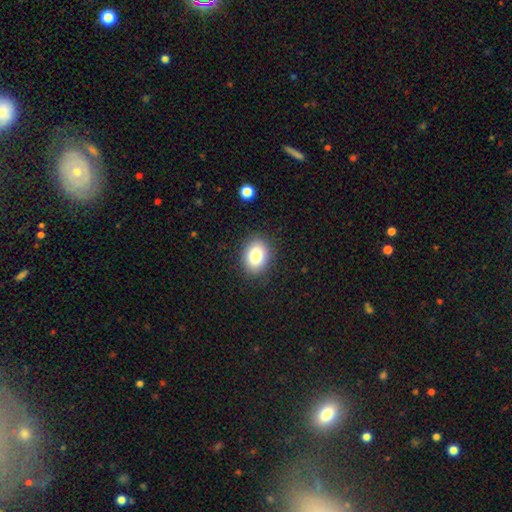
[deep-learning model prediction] smooth 82%, star or artifact 9%, featured or disk 9%. Down the decision tree: how rounded — in between (63%); merging — none (87%).